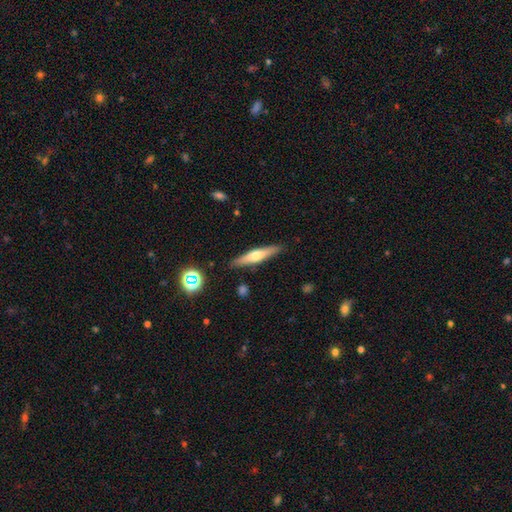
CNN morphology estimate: featured or disk 51%, smooth 43%, star or artifact 6%. Down the decision tree: edge-on disk — yes (94%); merging — none (88%).